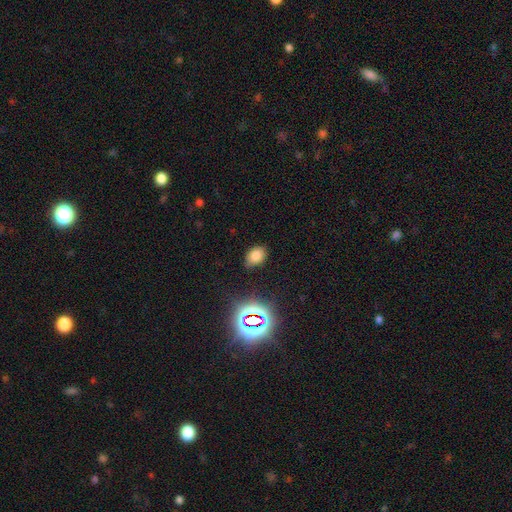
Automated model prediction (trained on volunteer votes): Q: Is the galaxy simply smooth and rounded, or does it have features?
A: smooth — 74%.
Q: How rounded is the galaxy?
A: in between — 71%.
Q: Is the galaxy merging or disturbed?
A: none — 77%.